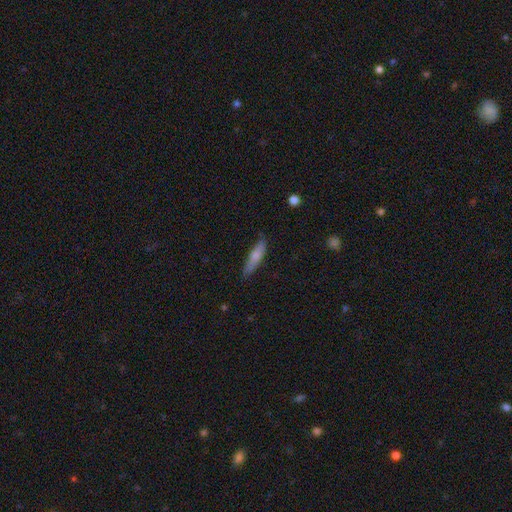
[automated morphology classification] Smooth or featured? Predicted: smooth (p=0.70). How rounded? Predicted: cigar-shaped (p=0.76). Merging? Predicted: none (p=0.76).